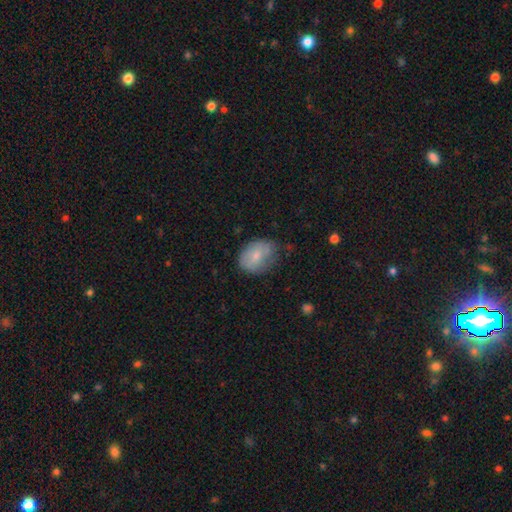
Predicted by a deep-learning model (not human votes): A smooth galaxy with no disk features (71%) that is in between round and cigar-shaped (68%). Merging: none (56%).